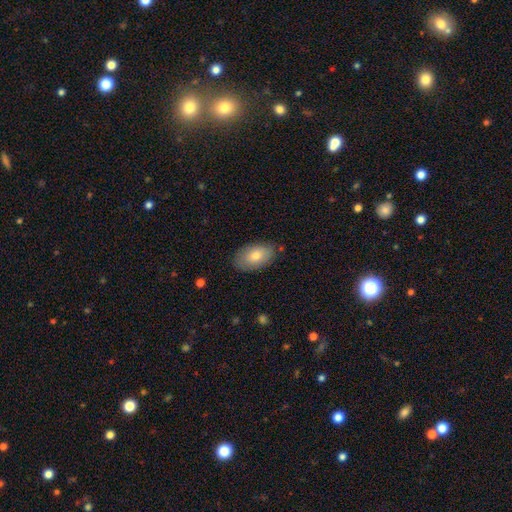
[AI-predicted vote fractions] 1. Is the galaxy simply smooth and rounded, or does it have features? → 76% smooth, 18% featured or disk, 7% star or artifact.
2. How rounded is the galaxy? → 93% in between, 5% round, 2% cigar-shaped.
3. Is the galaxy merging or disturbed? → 82% none, 14% minor disturbance, 3% major disturbance, 1% merger.